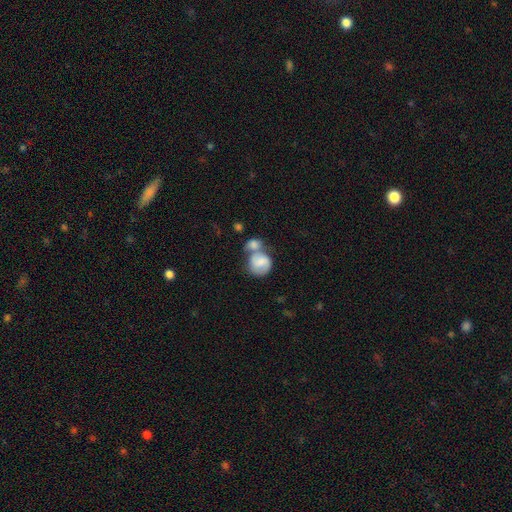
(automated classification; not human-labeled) Smooth or featured?
  - smooth: 54% *
  - featured or disk: 36%
  - star or artifact: 10%
How rounded?
  - round: 71% *
  - in between: 28%
  - cigar-shaped: 1%
Merging?
  - merger: 50% *
  - none: 31%
  - minor disturbance: 12%
  - major disturbance: 7%